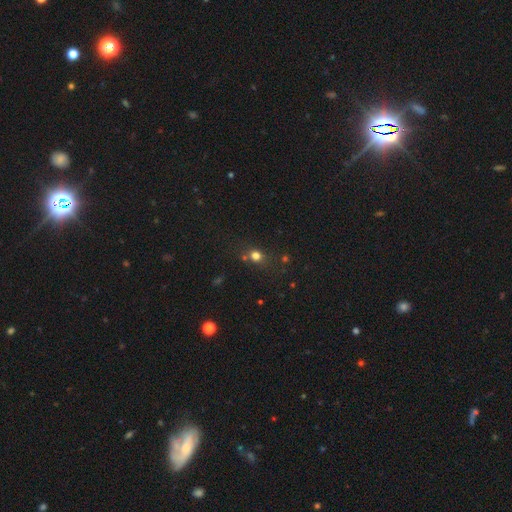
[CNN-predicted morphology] A smooth galaxy with no disk features (72%) that is round (76%). Merging: none (68%).